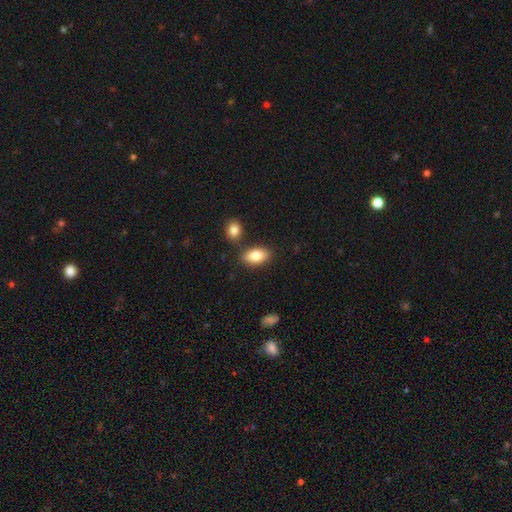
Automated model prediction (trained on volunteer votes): Overall: smooth (84%). How rounded: in between (92%). Merging: none (77%).